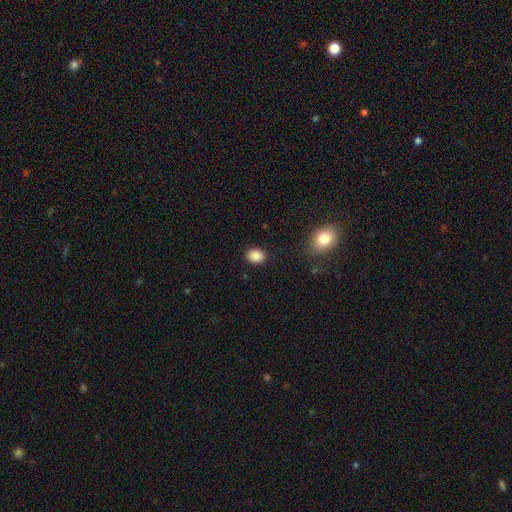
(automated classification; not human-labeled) A smooth galaxy with no disk features (87%) that is in between round and cigar-shaped (64%). Merging: none (89%).